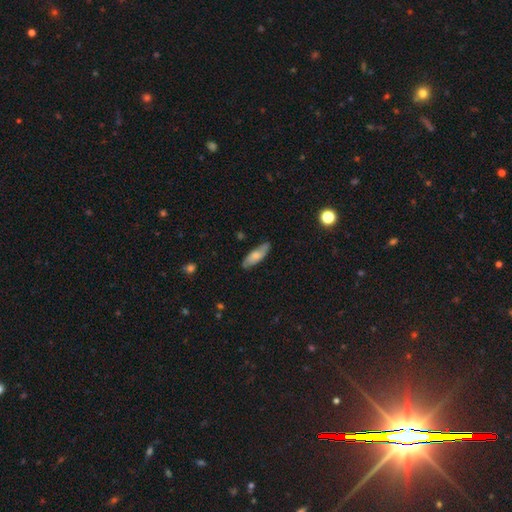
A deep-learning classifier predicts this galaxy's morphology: Q: Smooth or featured?
A: smooth (58%); runner-up: featured or disk (36%)
Q: How rounded?
A: in between (60%); runner-up: cigar-shaped (38%)
Q: Merging?
A: none (83%); runner-up: minor disturbance (14%)